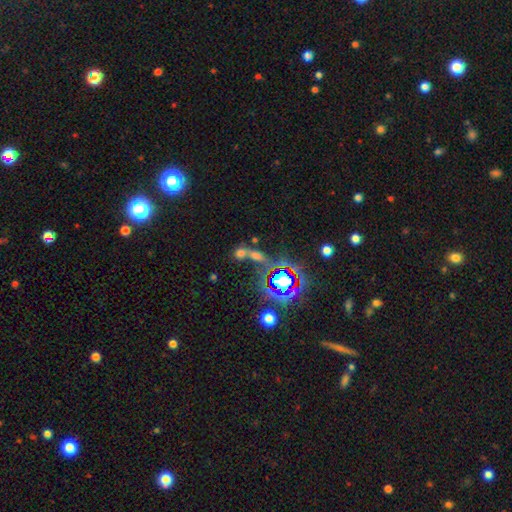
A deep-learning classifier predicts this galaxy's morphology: Smooth or featured? Predicted: smooth (p=0.45). Merging? Predicted: merger (p=0.54).